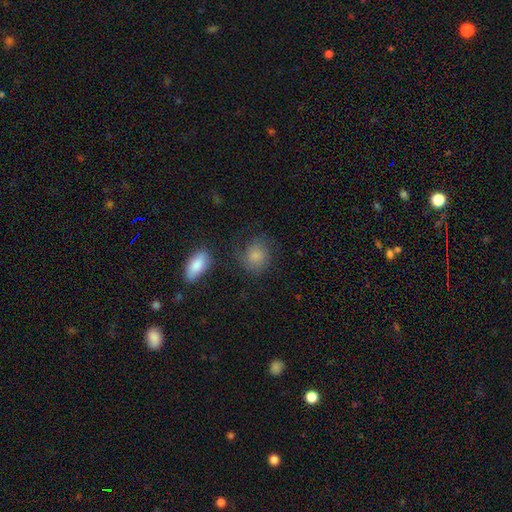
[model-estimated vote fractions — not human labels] The model was most divided on "how rounded": round: 70%, in between: 29%, cigar-shaped: 2%. More confident: smooth or featured — smooth (76%); merging — none (66%).